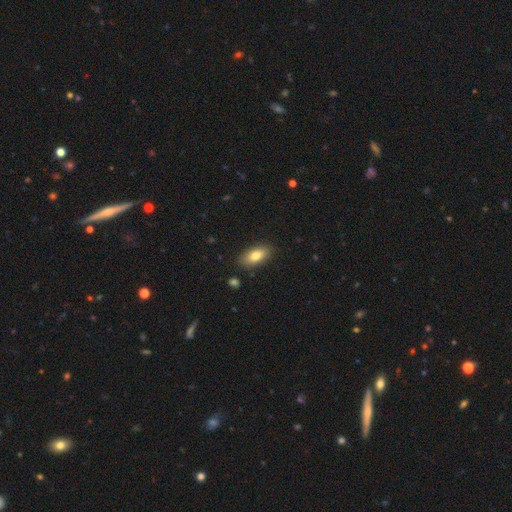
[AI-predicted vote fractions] Smooth or featured? smooth (79%)
How rounded? in between (87%)
Merging? none (86%)